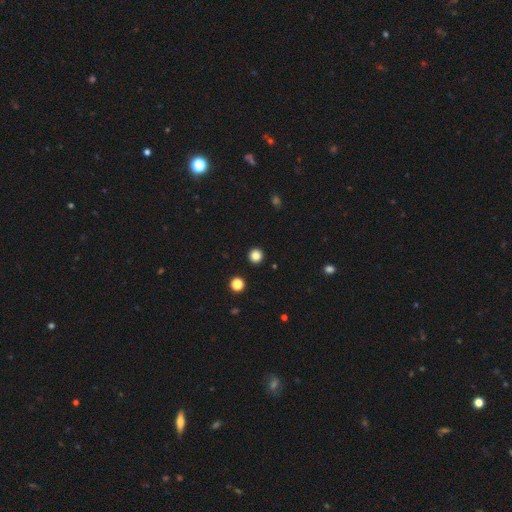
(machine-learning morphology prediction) The model was most divided on "smooth or featured": smooth: 85%, star or artifact: 12%, featured or disk: 3%. More confident: how rounded — round (95%); merging — none (93%).